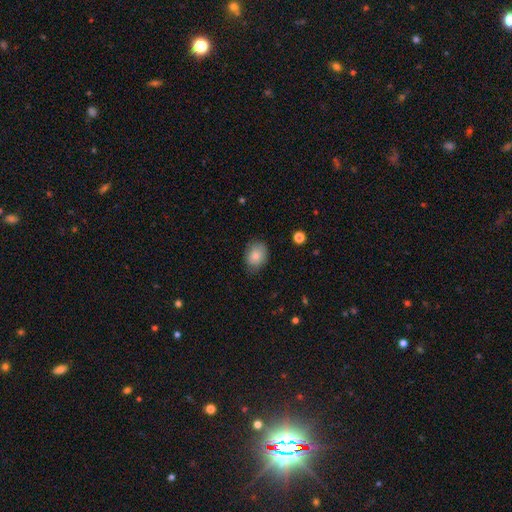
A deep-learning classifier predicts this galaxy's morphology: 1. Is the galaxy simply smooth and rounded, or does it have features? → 81% smooth, 12% featured or disk, 8% star or artifact.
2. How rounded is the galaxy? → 59% in between, 41% round, 1% cigar-shaped.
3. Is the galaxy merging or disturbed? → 74% none, 21% minor disturbance, 4% major disturbance, 1% merger.